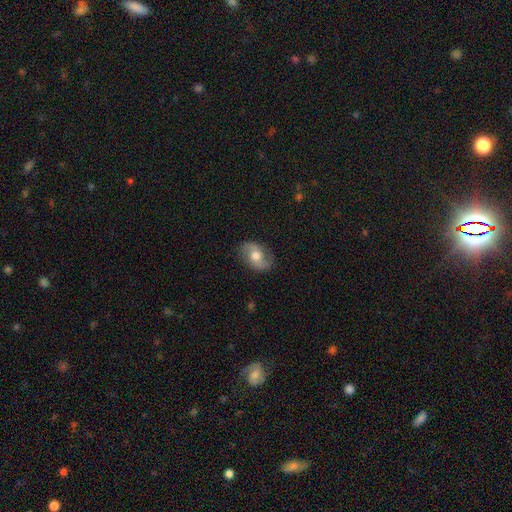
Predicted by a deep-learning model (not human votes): Overall: featured or disk (61%; smooth 32%). Edge-on disk: no (95%). Bar: no (59%; weak 32%). Spiral arms: yes (84%). Bulge size: moderate (71%). Merging: none (81%).